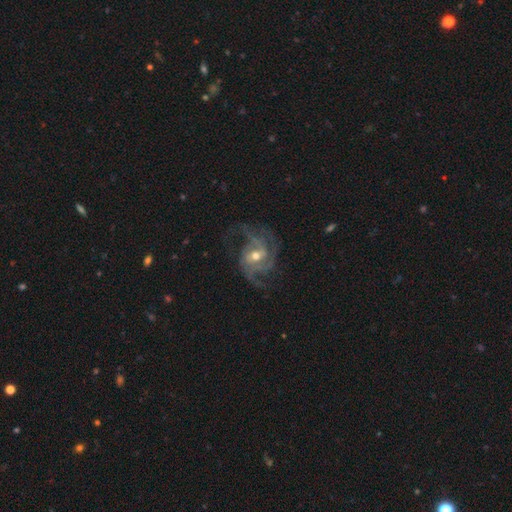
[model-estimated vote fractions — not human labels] Smooth or featured: featured or disk — 90% (star or artifact — 6%)
Edge-on disk: no — 98% (yes — 2%)
Bar: no — 49% (weak — 38%)
Spiral arms: yes — 97% (no — 3%)
Spiral winding: medium — 51% (tight — 31%)
Spiral arm count: 3 — 45% (2 — 19%)
Bulge size: moderate — 63% (small — 32%)
Merging: none — 65% (minor disturbance — 18%)